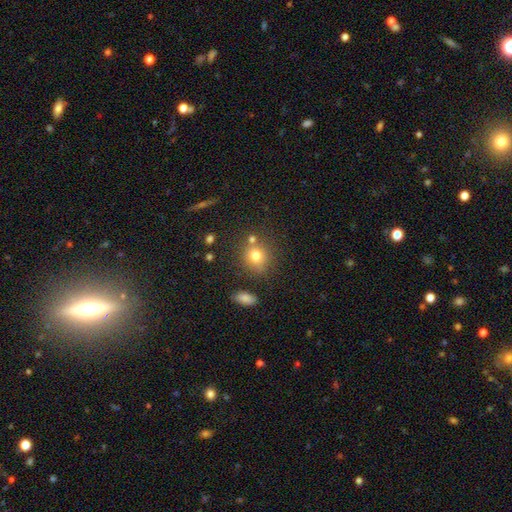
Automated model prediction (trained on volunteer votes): Overall: smooth (76%). How rounded: round (79%). Merging: none (71%).